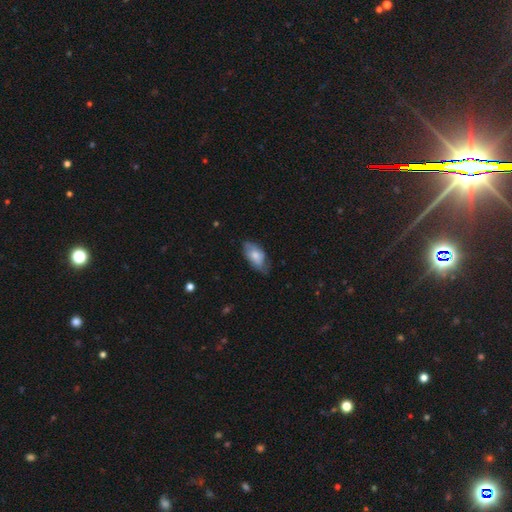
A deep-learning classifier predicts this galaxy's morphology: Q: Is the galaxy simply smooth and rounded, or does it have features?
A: smooth — 66%.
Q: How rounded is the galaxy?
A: in between — 91%.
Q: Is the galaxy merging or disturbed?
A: none — 61%.